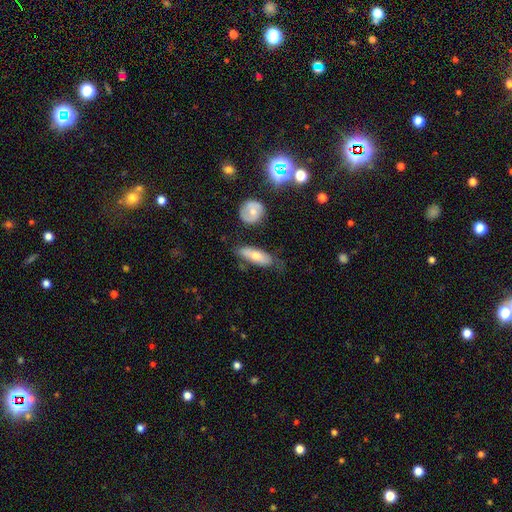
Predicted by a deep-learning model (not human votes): A smooth galaxy with no disk features (63%) that is in between round and cigar-shaped (62%). Merging: none (60%).